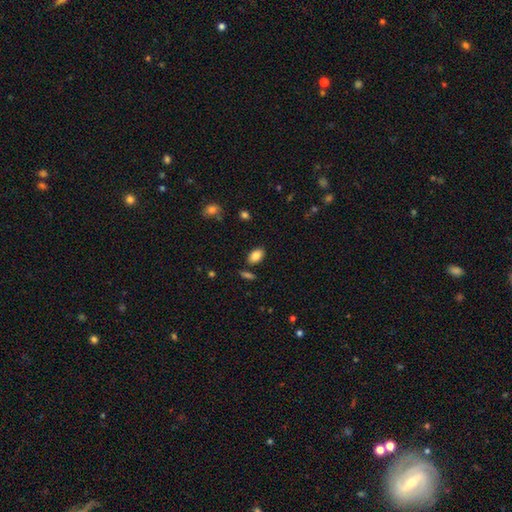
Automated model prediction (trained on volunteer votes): Morphology: type=smooth (84%); roundness=in between (90%); merging=none (83%).